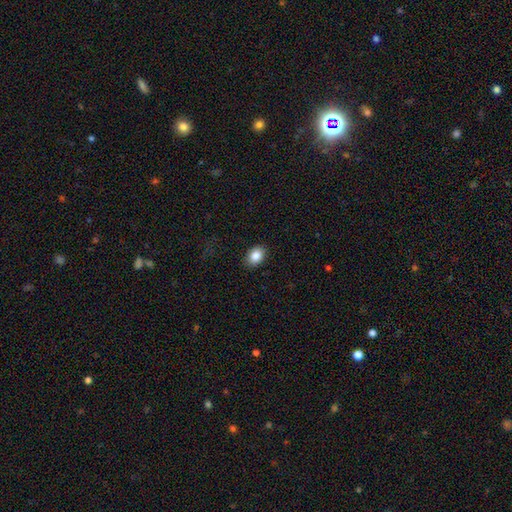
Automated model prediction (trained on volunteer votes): Smooth or featured?
  - smooth: 86% *
  - star or artifact: 8%
  - featured or disk: 6%
How rounded?
  - in between: 74% *
  - round: 25%
  - cigar-shaped: 1%
Merging?
  - none: 89% *
  - minor disturbance: 8%
  - major disturbance: 2%
  - merger: 1%